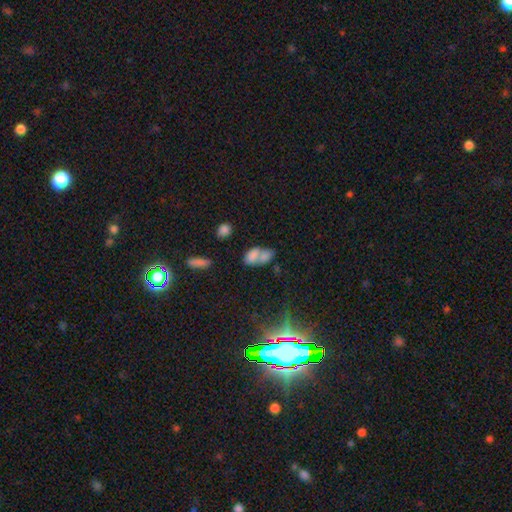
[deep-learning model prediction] Q: Smooth or featured?
A: smooth (73%); runner-up: featured or disk (16%)
Q: How rounded?
A: in between (89%); runner-up: round (8%)
Q: Merging?
A: merger (59%); runner-up: none (23%)